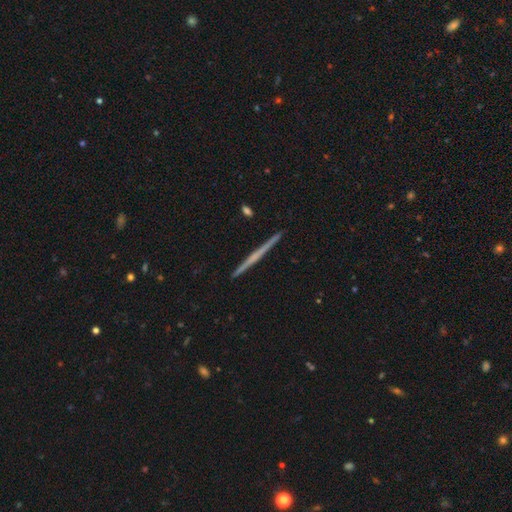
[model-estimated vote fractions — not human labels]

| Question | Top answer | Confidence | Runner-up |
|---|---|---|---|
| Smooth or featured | featured or disk | 67% | smooth (27%) |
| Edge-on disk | yes | 99% | no (1%) |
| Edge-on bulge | none | 72% | rounded (21%) |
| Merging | none | 93% | minor disturbance (5%) |